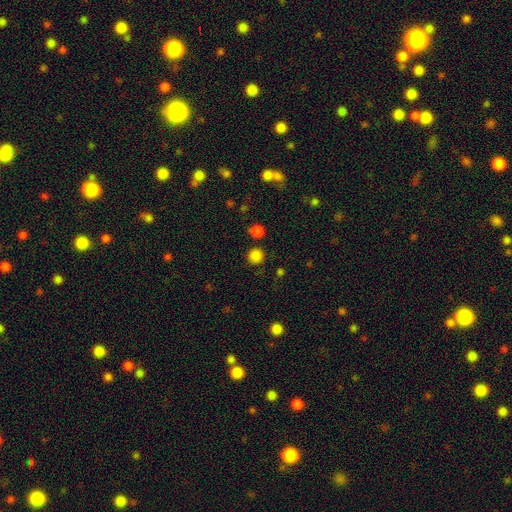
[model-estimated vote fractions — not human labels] smooth-or-featured: smooth: 83% | star or artifact: 14% | featured or disk: 3%
  how-rounded: round: 94% | in between: 5% | cigar-shaped: 1%
  merging: none: 85% | minor disturbance: 8% | merger: 4% | major disturbance: 3%